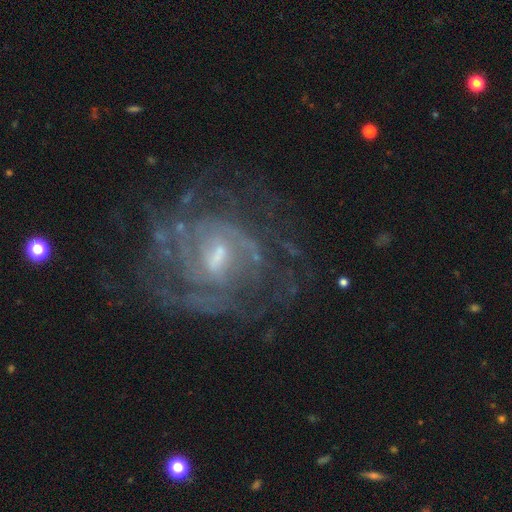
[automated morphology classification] Smooth or featured? Predicted: featured or disk (p=0.85). Edge-on disk? Predicted: no (p=0.97). Bar? Predicted: weak (p=0.56). Spiral arms? Predicted: yes (p=0.89). Spiral winding? Predicted: tight (p=0.55). Spiral arm count? Predicted: can't tell (p=0.46). Bulge size? Predicted: small (p=0.51). Merging? Predicted: none (p=0.65).